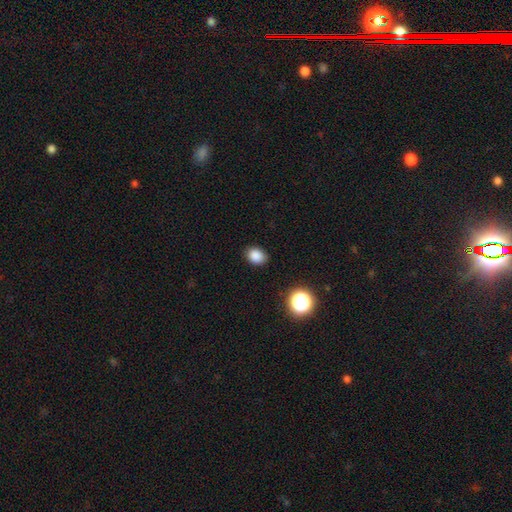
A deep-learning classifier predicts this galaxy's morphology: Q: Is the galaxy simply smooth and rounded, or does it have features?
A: smooth — 85%.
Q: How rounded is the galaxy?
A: in between — 58%.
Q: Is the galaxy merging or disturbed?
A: none — 87%.